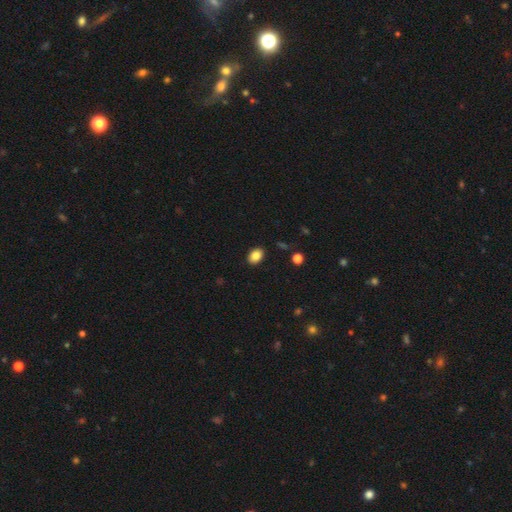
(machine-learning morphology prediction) A smooth galaxy with no disk features (86%) that is in between round and cigar-shaped (78%). Merging: none (89%).